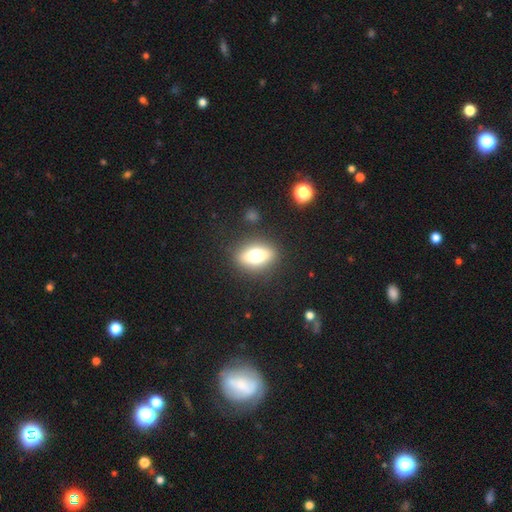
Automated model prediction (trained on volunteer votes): smooth_or_featured: smooth (p=0.64) [alt: featured or disk p=0.25]
how_rounded: in between (p=0.72) [alt: round p=0.19]
merging: none (p=0.85) [alt: minor disturbance p=0.09]